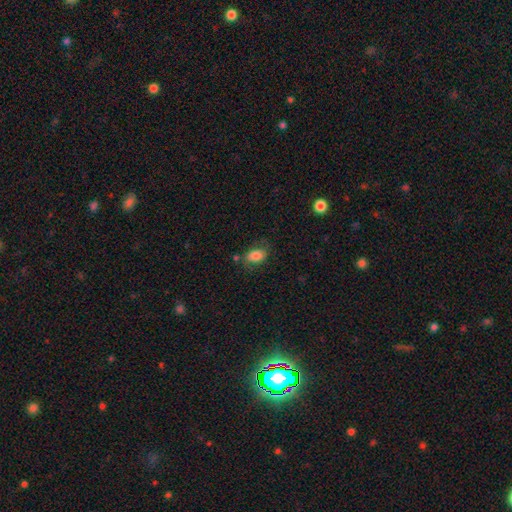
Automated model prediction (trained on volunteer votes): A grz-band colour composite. It shows a smooth galaxy with no disk features (78%) that is in between round and cigar-shaped (85%). Merging: none (63%).